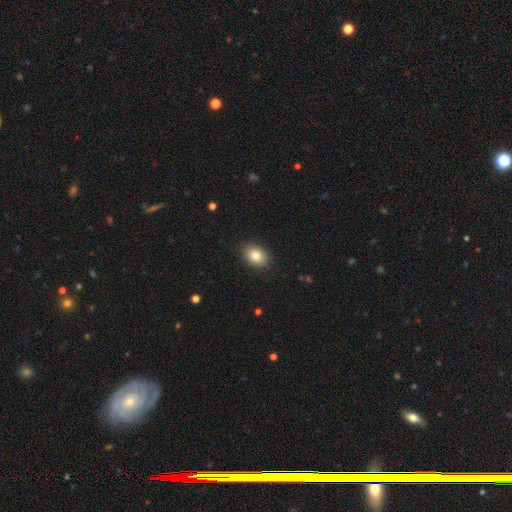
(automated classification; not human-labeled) Overall: smooth (83%). How rounded: in between (74%). Merging: none (88%).